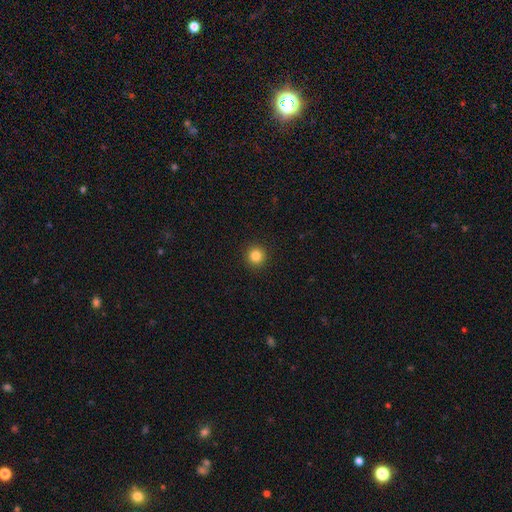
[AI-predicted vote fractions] Smooth or featured: smooth — 84% (star or artifact — 12%)
How rounded: round — 95% (in between — 4%)
Merging: none — 93% (minor disturbance — 4%)